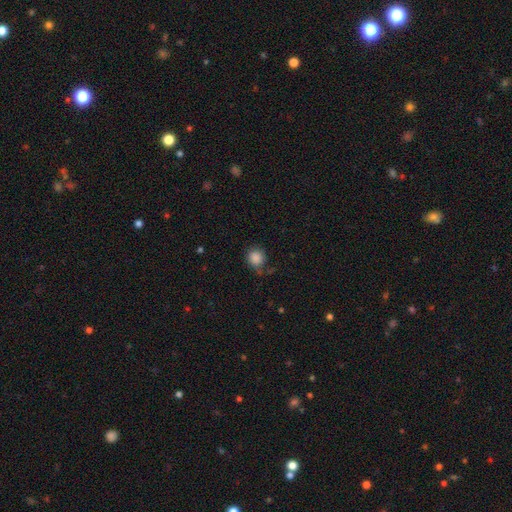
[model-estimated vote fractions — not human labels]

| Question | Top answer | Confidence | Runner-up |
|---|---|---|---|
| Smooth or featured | smooth | 85% | star or artifact (9%) |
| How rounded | round | 85% | in between (14%) |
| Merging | none | 66% | minor disturbance (22%) |